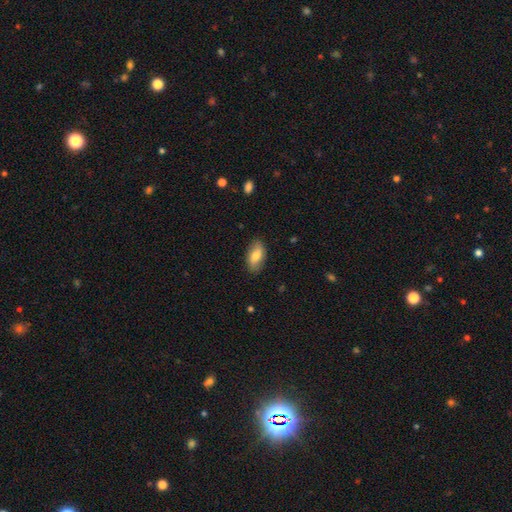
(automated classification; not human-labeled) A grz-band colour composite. It shows a smooth galaxy with no disk features (75%) that is in between round and cigar-shaped (92%). Merging: none (83%).